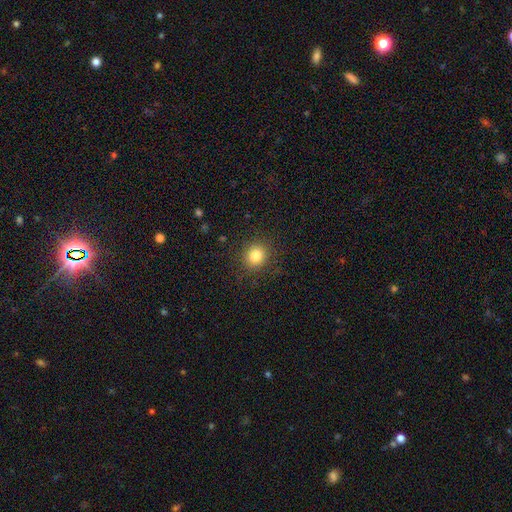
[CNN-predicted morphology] A smooth galaxy with no disk features (81%) that is round (85%).

Vote fractions:
- Smooth or featured? smooth: 81% / star or artifact: 12% / featured or disk: 6%
- How rounded? round: 85% / in between: 15% / cigar-shaped: 1%
- Merging? none: 88% / minor disturbance: 8% / major disturbance: 3% / merger: 1%